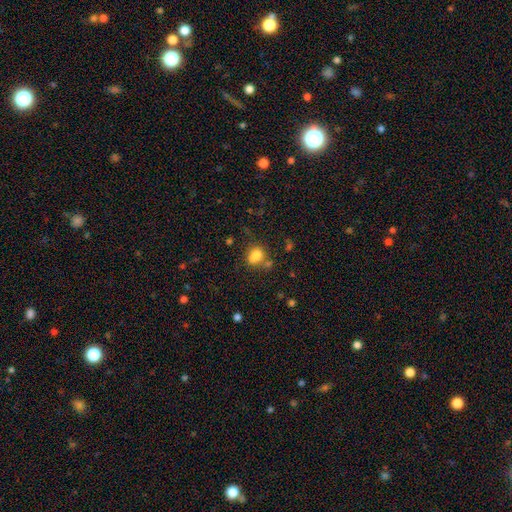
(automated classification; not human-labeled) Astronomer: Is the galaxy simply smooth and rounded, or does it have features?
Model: smooth — 75%.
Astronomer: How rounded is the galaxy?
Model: in between — 59% (runner-up: round, 39%).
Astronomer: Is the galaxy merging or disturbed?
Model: none — 44% (runner-up: merger, 31%).